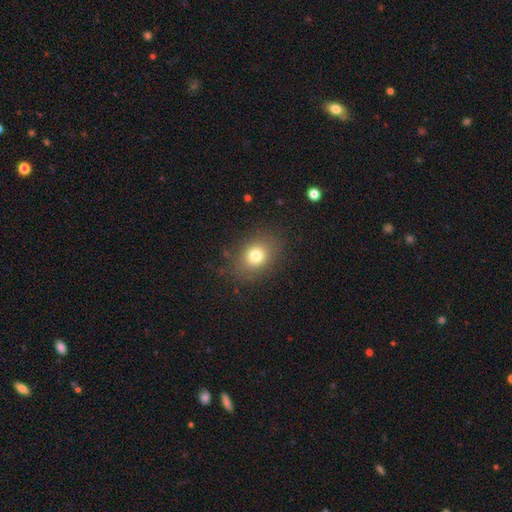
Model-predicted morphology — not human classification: smooth 77%, star or artifact 12%, featured or disk 10%. Down the decision tree: how rounded — in between (51%); merging — none (83%).